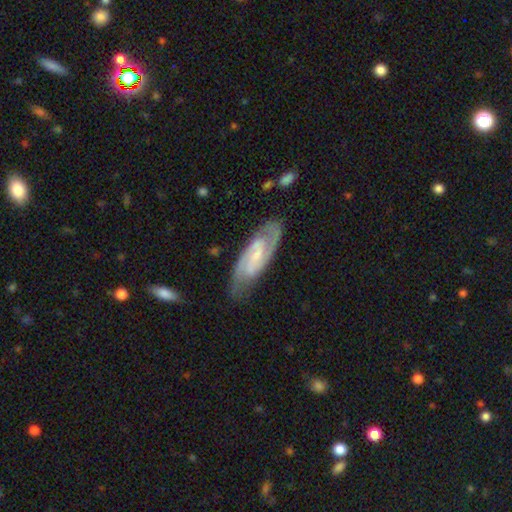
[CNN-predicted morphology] Q: Smooth or featured?
A: featured or disk (85%); runner-up: smooth (10%)
Q: Edge-on disk?
A: no (93%); runner-up: yes (7%)
Q: Bar?
A: weak (46%); runner-up: strong (30%)
Q: Spiral arms?
A: yes (96%); runner-up: no (4%)
Q: Spiral winding?
A: medium (50%); runner-up: tight (36%)
Q: Spiral arm count?
A: 2 (89%); runner-up: can't tell (5%)
Q: Bulge size?
A: small (63%); runner-up: moderate (20%)
Q: Merging?
A: none (80%); runner-up: minor disturbance (15%)